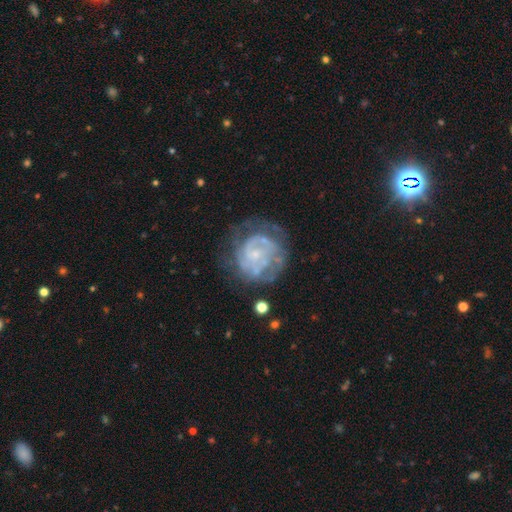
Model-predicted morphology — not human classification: This is likely a featured or disk galaxy (75%). It is clearly not viewed edge-on (98%). Bar: likely no (75%). Spiral arm pattern: likely yes (67%). Central bulge: likely small (67%). Merging: possibly none (54%).